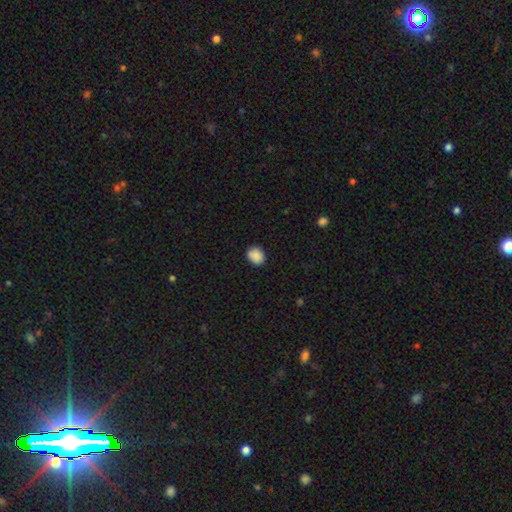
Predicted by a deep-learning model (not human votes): smooth-or-featured: smooth: 88% | star or artifact: 8% | featured or disk: 4%
  how-rounded: round: 52% | in between: 47% | cigar-shaped: 1%
  merging: none: 86% | minor disturbance: 11% | major disturbance: 2% | merger: 1%